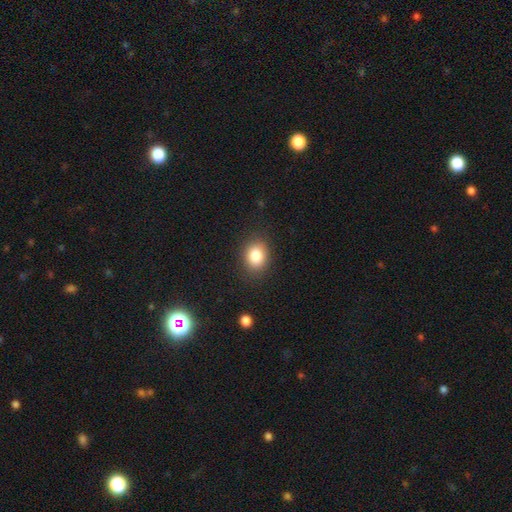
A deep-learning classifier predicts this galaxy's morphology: Overall: smooth (84%). How rounded: in between (51%; round 48%). Merging: none (86%).